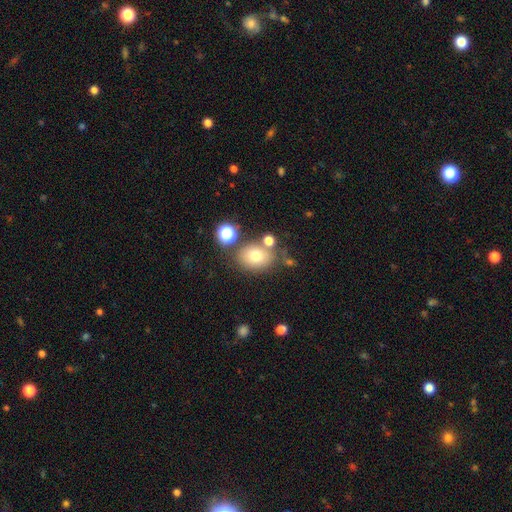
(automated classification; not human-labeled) Smooth or featured? Predicted: smooth (p=0.74). How rounded? Predicted: in between (p=0.54). Merging? Predicted: none (p=0.68).